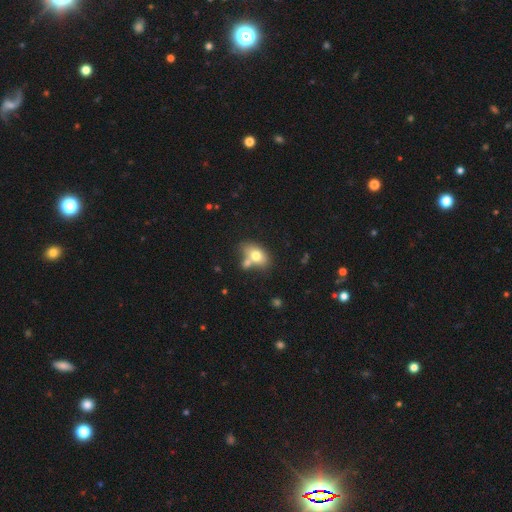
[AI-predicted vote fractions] A smooth galaxy with no disk features (72%) that is in between round and cigar-shaped (83%). Merging: none (46%).